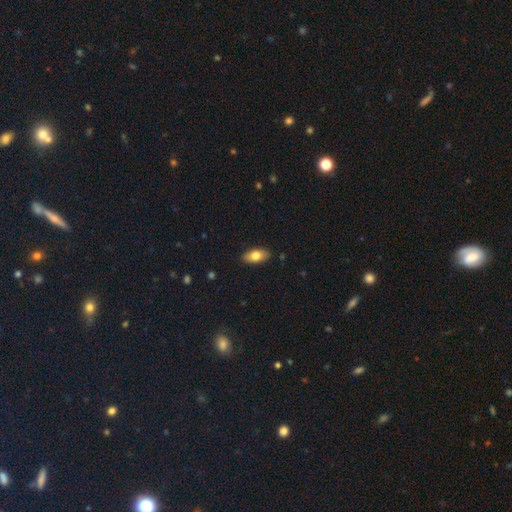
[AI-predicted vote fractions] A smooth galaxy with no disk features (78%) that is in between round and cigar-shaped (89%). Merging: none (88%).